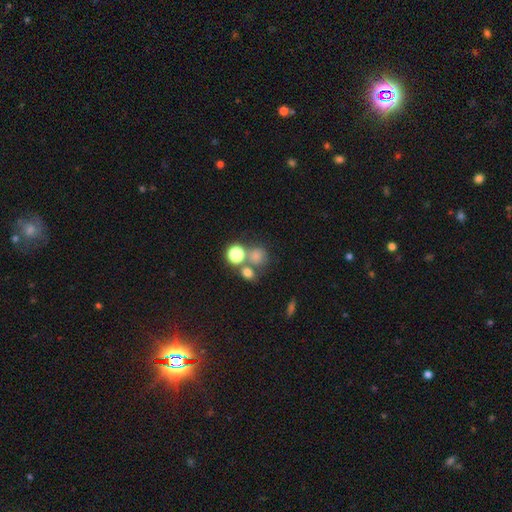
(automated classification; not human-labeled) smooth-or-featured: smooth: 70% | star or artifact: 19% | featured or disk: 11%
  how-rounded: round: 79% | in between: 20% | cigar-shaped: 1%
  merging: none: 47% | merger: 36% | minor disturbance: 10% | major disturbance: 7%